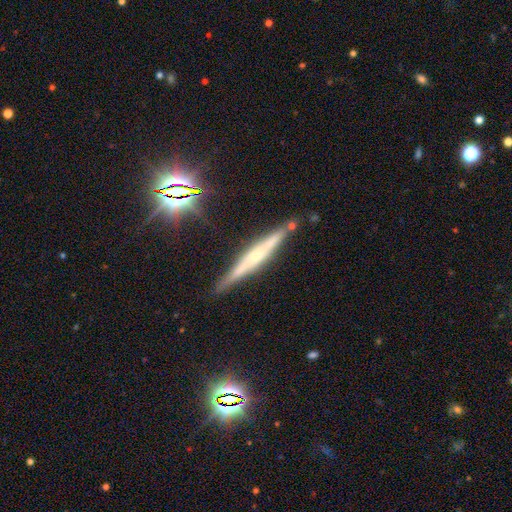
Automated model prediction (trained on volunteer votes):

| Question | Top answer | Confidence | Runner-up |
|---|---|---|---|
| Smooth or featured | featured or disk | 64% | smooth (25%) |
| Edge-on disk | yes | 96% | no (4%) |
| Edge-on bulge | rounded | 55% | none (24%) |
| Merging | none | 84% | minor disturbance (11%) |